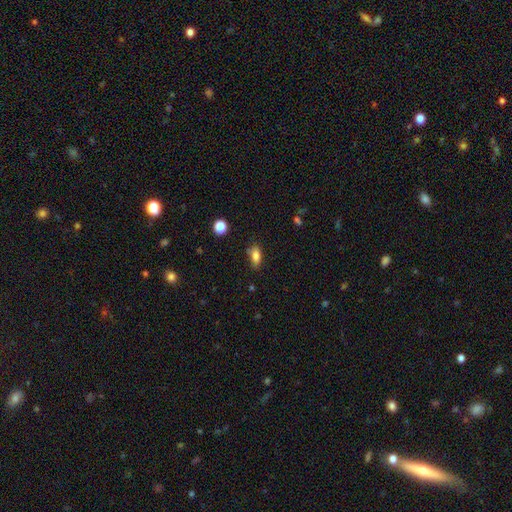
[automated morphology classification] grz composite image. It shows a smooth galaxy with no disk features (80%) that is in between round and cigar-shaped (81%). Merging: none (68%).